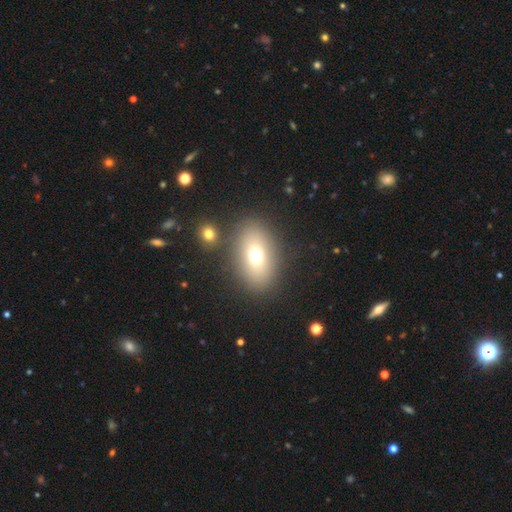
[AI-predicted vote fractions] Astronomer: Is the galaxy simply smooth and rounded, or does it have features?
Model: smooth — 70%.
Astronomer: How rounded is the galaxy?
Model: in between — 82%.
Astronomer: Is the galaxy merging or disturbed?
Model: none — 82%.